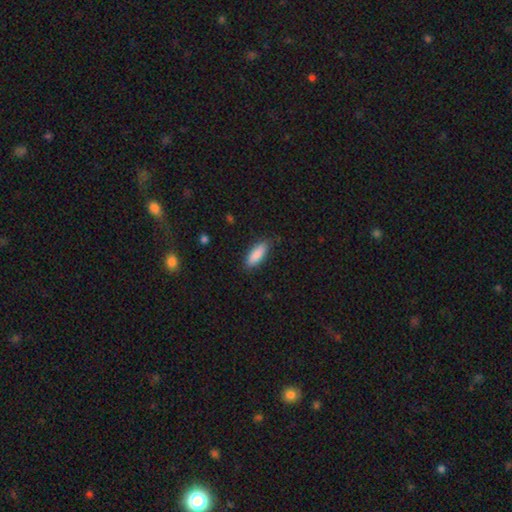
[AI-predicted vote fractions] smooth 86%, featured or disk 8%, star or artifact 6%. Down the decision tree: how rounded — in between (64%); merging — none (83%).